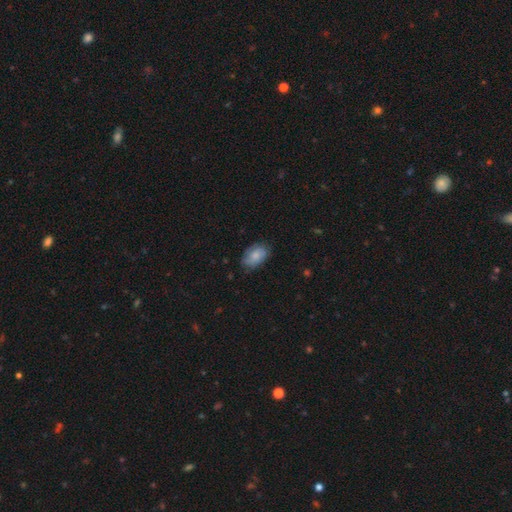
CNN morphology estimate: This is likely a smooth galaxy (73%). How rounded: clearly in between (88%). Merging: likely none (72%).